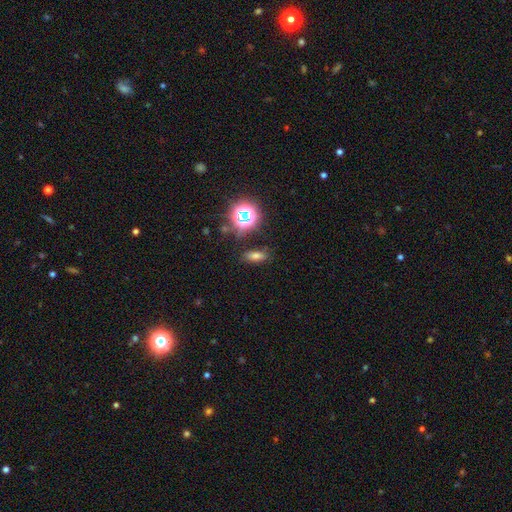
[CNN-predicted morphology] A smooth galaxy with no disk features (62%) that is in between round and cigar-shaped (69%). Merging: none (79%).